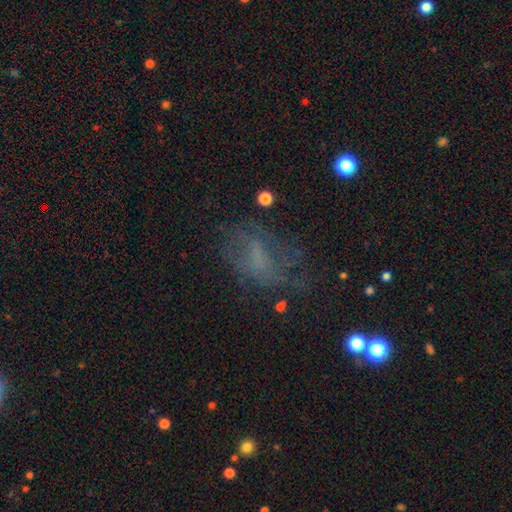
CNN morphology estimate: smooth_or_featured: smooth (p=0.38) [alt: featured or disk p=0.37]
merging: none (p=0.49) [alt: major disturbance p=0.26]